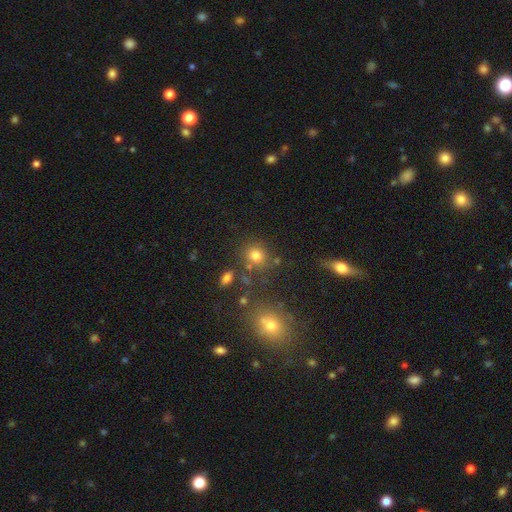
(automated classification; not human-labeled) Overall: smooth (74%). How rounded: round (74%). Merging: none (71%).